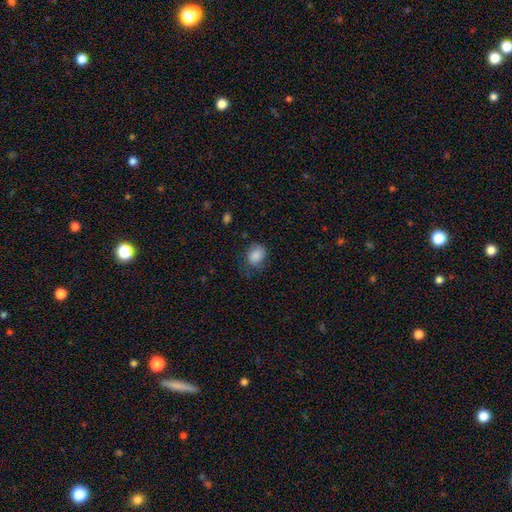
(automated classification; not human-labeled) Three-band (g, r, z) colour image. It shows a smooth galaxy with no disk features (84%) that is in between round and cigar-shaped (52%). Merging: none (56%).